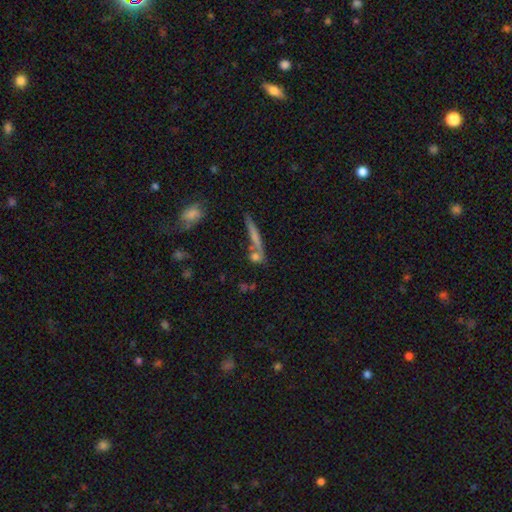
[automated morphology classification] Overall: smooth (58%; featured or disk 29%). How rounded: cigar-shaped (68%). Merging: none (63%).